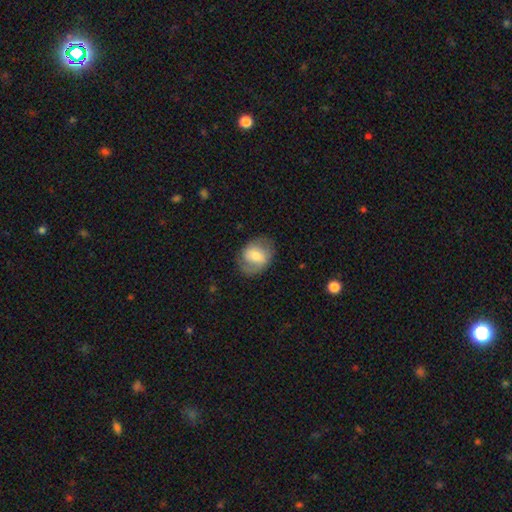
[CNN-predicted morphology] Smooth or featured: smooth — 51% (featured or disk — 42%)
How rounded: in between — 54% (round — 45%)
Merging: none — 71% (minor disturbance — 19%)